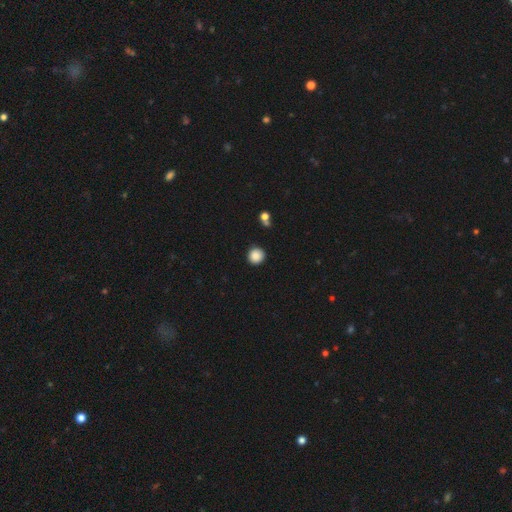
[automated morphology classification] Smooth or featured? smooth (87%)
How rounded? round (94%)
Merging? none (91%)